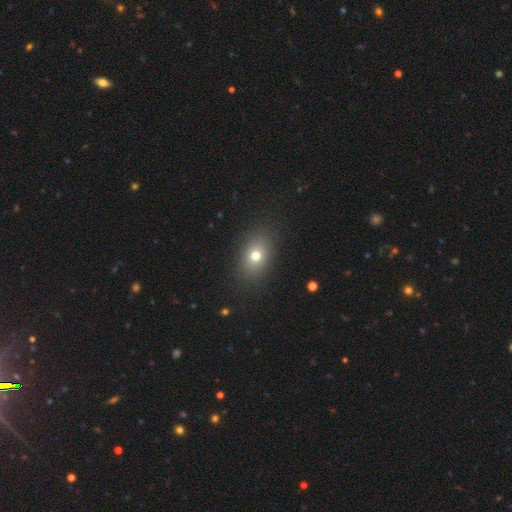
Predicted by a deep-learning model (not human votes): smooth 73%, featured or disk 14%, star or artifact 13%. Down the decision tree: how rounded — in between (73%); merging — none (86%).